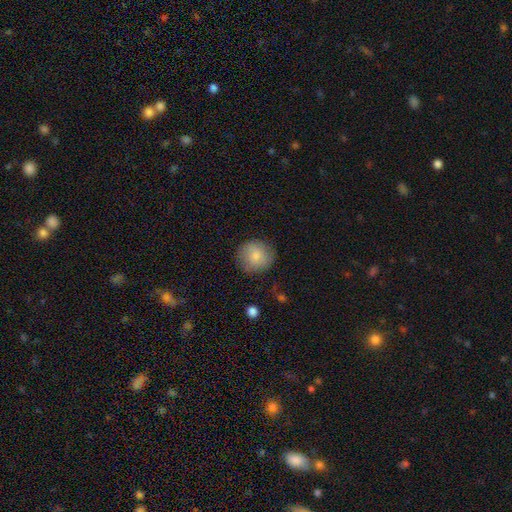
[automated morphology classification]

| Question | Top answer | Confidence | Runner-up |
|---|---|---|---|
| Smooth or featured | smooth | 81% | featured or disk (12%) |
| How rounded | round | 90% | in between (9%) |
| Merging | none | 82% | minor disturbance (13%) |